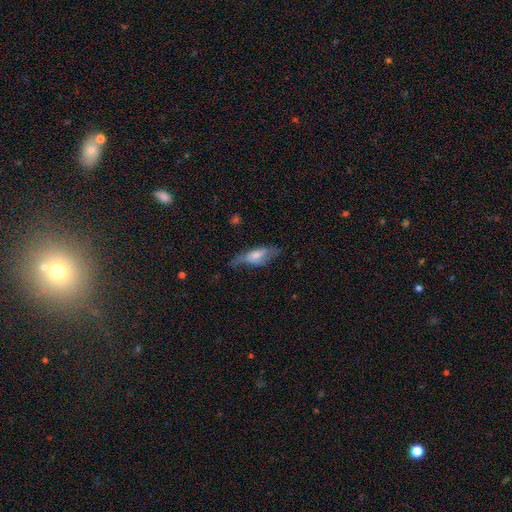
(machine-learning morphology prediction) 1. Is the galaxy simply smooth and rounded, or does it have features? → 54% smooth, 38% featured or disk, 7% star or artifact.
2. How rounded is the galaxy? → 68% in between, 29% cigar-shaped, 3% round.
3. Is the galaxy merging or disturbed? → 44% none, 31% minor disturbance, 22% major disturbance, 3% merger.